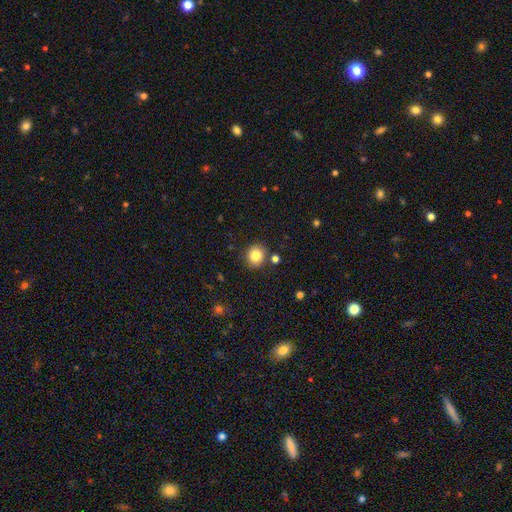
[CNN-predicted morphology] Smooth or featured? Predicted: smooth (p=0.83). How rounded? Predicted: round (p=0.85). Merging? Predicted: none (p=0.85).